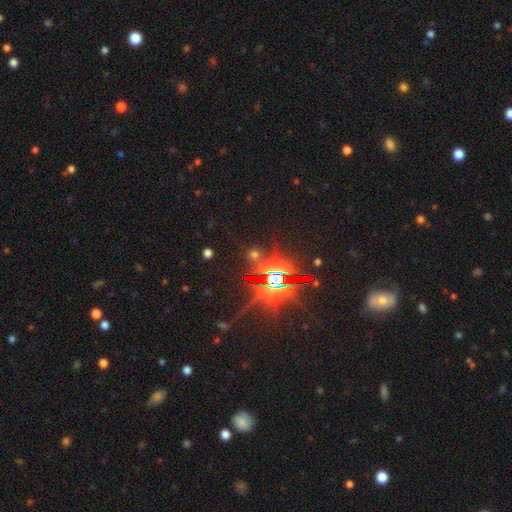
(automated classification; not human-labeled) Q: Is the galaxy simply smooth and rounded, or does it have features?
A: star or artifact — 81%.